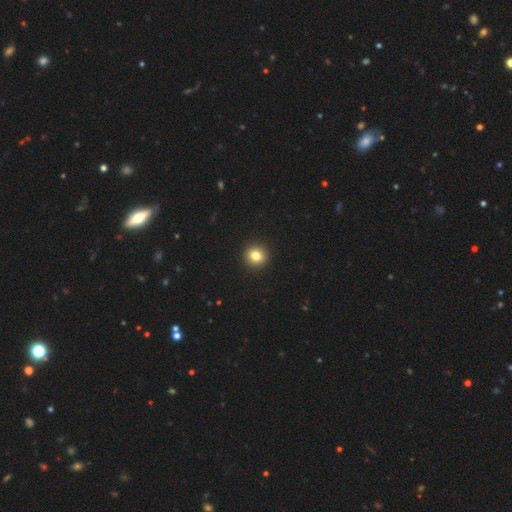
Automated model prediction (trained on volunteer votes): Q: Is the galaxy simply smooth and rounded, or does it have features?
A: smooth — 82%.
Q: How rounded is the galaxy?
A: round — 93%.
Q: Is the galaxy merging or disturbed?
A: none — 94%.